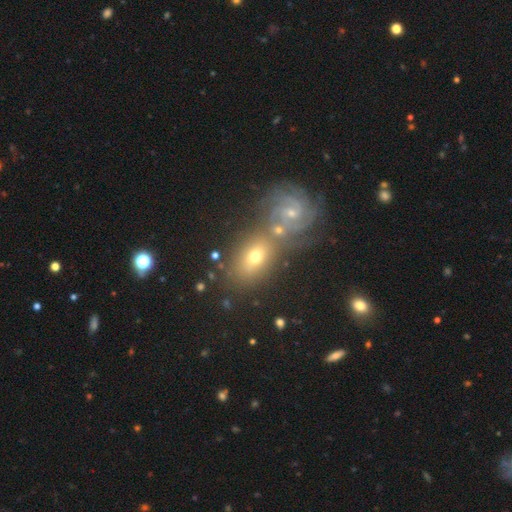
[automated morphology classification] This appears to be a featured or disk galaxy (54%). Merging: none (54%).